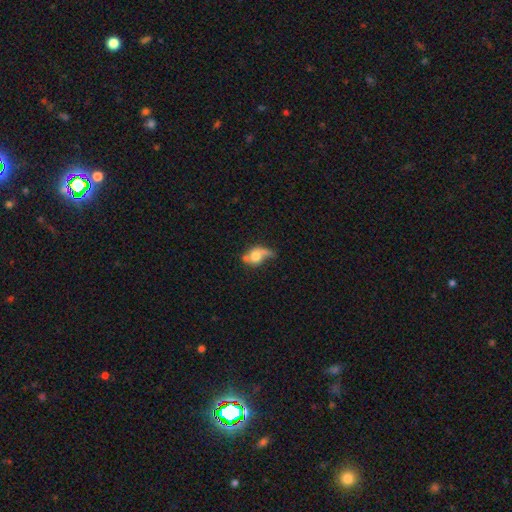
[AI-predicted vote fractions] smooth_or_featured: smooth (p=0.54) [alt: featured or disk p=0.36]
how_rounded: in between (p=0.55) [alt: round p=0.41]
merging: major disturbance (p=0.32) [alt: minor disturbance p=0.24]